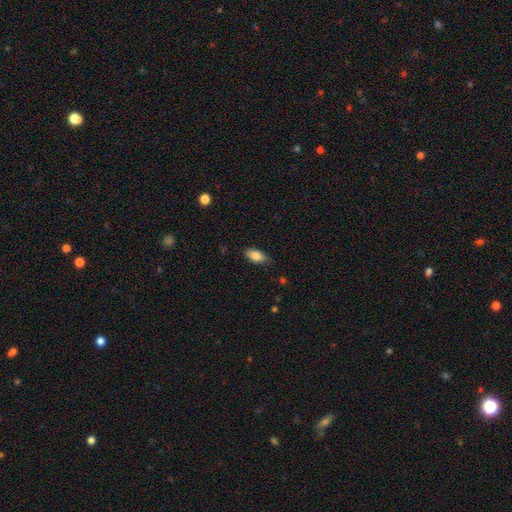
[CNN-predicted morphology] This appears to be a smooth galaxy with no disk features (83%) that is in between round and cigar-shaped (90%). Merging: none (84%).